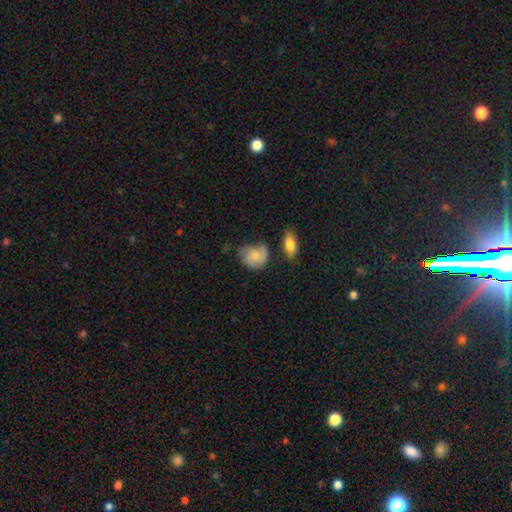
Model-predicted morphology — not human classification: Overall: smooth (57%; featured or disk 36%). How rounded: round (55%; in between 44%). Merging: none (47%; minor disturbance 31%).